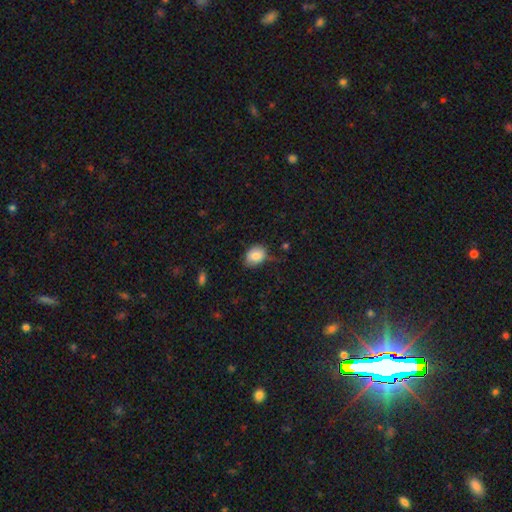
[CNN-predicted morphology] Smooth or featured?
  - smooth: 82% *
  - featured or disk: 10%
  - star or artifact: 8%
How rounded?
  - in between: 66% *
  - round: 33%
  - cigar-shaped: 1%
Merging?
  - none: 64% *
  - minor disturbance: 27%
  - major disturbance: 6%
  - merger: 2%